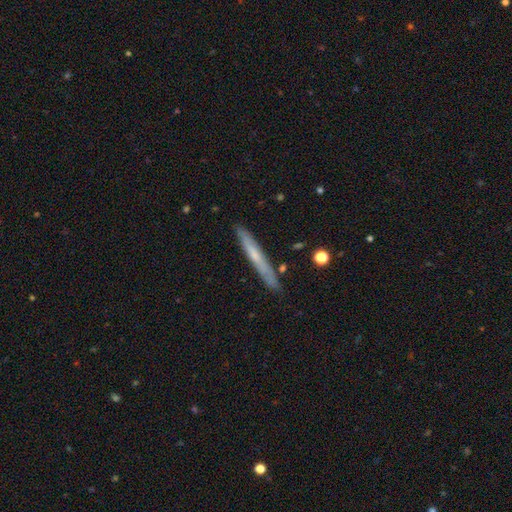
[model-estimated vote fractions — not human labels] A smooth galaxy with no disk features (48%). Merging: none (86%).